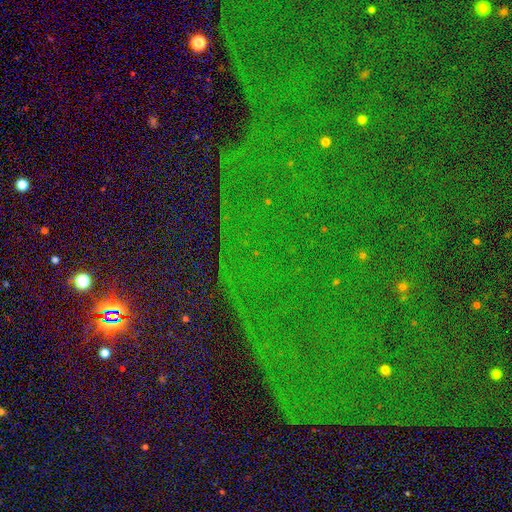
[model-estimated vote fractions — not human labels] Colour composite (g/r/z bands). It shows a star or artifact, not a galaxy (85%).